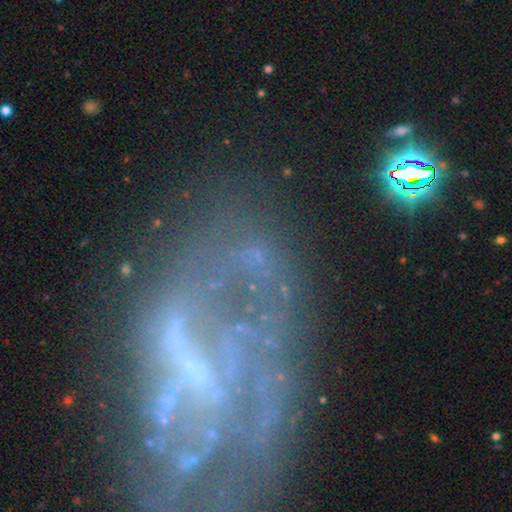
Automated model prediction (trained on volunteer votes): smooth-or-featured: featured or disk: 44% | star or artifact: 38% | smooth: 18%
  merging: none: 56% | major disturbance: 18% | minor disturbance: 16% | merger: 10%